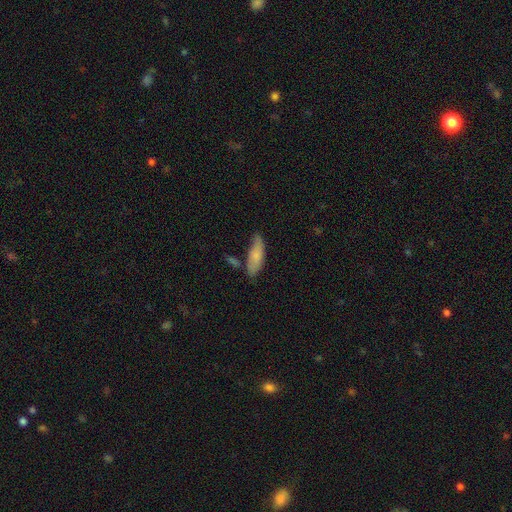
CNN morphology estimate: smooth-or-featured: smooth: 77% | featured or disk: 17% | star or artifact: 6%
  how-rounded: in between: 61% | cigar-shaped: 37% | round: 2%
  merging: none: 62% | minor disturbance: 25% | merger: 8% | major disturbance: 5%